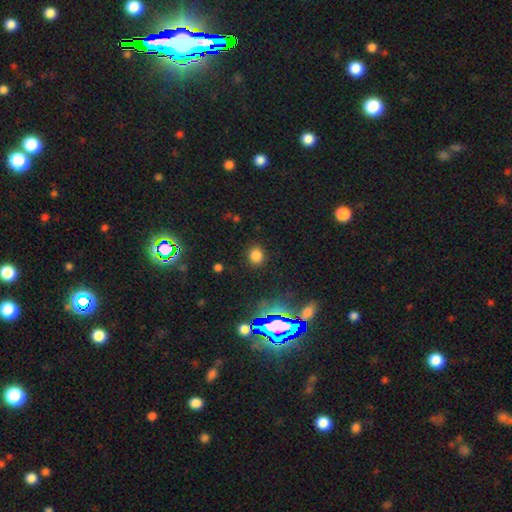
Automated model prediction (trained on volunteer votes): smooth-or-featured: smooth: 74% | star or artifact: 20% | featured or disk: 5%
  how-rounded: round: 85% | in between: 14% | cigar-shaped: 1%
  merging: none: 89% | minor disturbance: 7% | major disturbance: 3% | merger: 1%